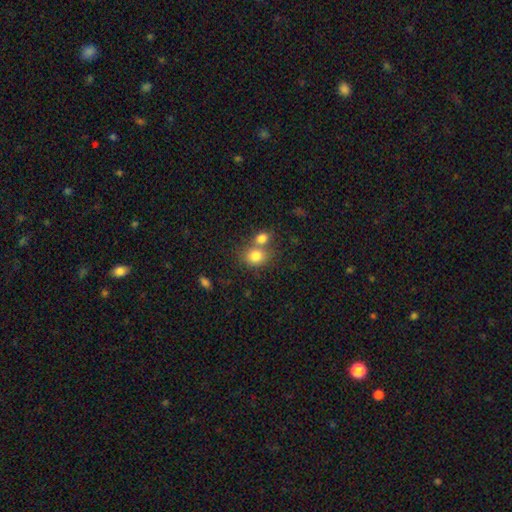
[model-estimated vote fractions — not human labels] The model was most divided on "merging": merger: 49%, none: 39%, minor disturbance: 8%, major disturbance: 3%. More confident: smooth or featured — smooth (80%); how rounded — round (62%).